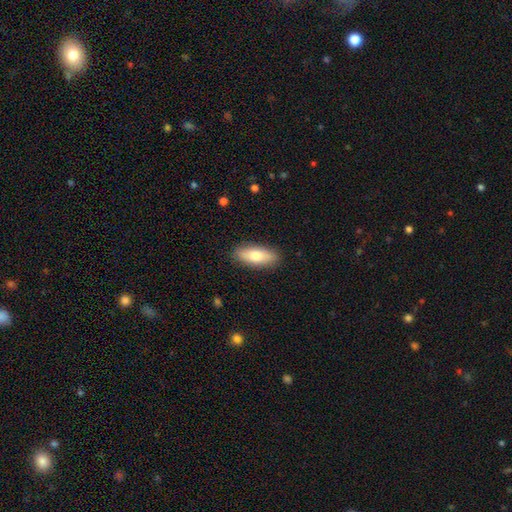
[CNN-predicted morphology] smooth_or_featured: smooth (p=0.75) [alt: featured or disk p=0.19]
how_rounded: in between (p=0.71) [alt: cigar-shaped p=0.26]
merging: none (p=0.89) [alt: minor disturbance p=0.08]